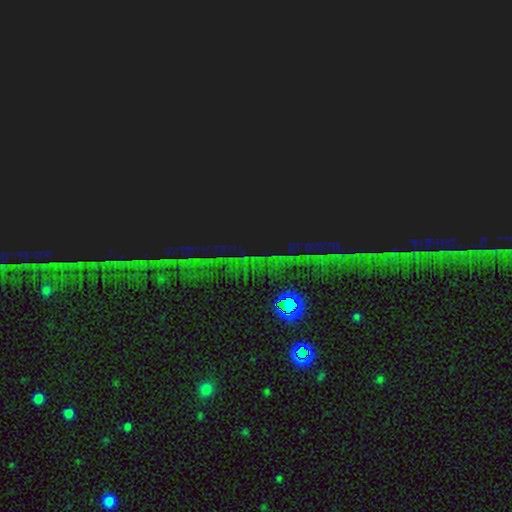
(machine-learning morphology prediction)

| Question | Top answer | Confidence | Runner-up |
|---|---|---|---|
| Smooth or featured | star or artifact | 87% | featured or disk (7%) |